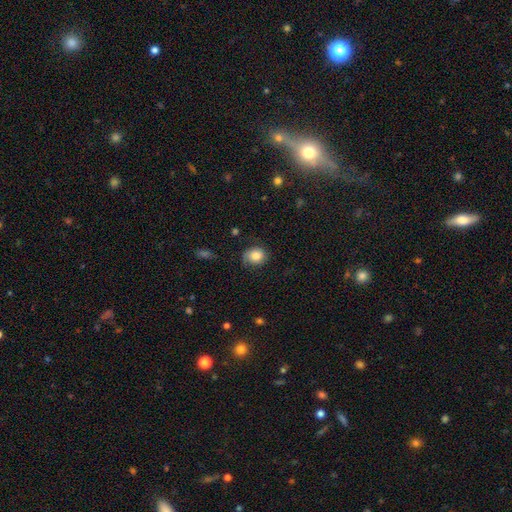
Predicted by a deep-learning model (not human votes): A smooth galaxy with no disk features (77%) that is round (65%).

Vote fractions:
- Smooth or featured? smooth: 77% / featured or disk: 15% / star or artifact: 9%
- How rounded? round: 65% / in between: 34% / cigar-shaped: 1%
- Merging? none: 66% / minor disturbance: 24% / major disturbance: 9% / merger: 1%